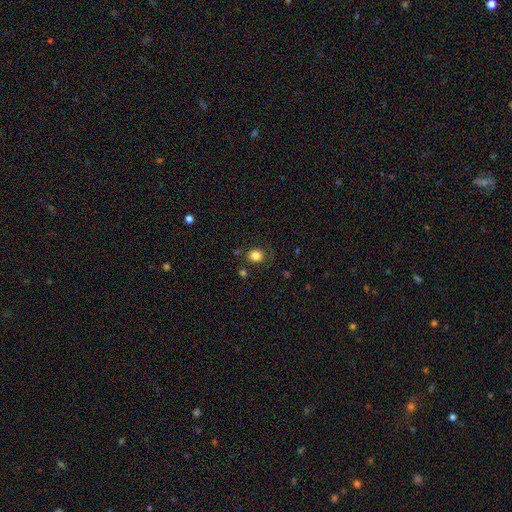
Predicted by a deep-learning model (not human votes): smooth_or_featured: smooth (p=0.83) [alt: star or artifact p=0.12]
how_rounded: round (p=0.72) [alt: in between p=0.27]
merging: none (p=0.81) [alt: minor disturbance p=0.12]